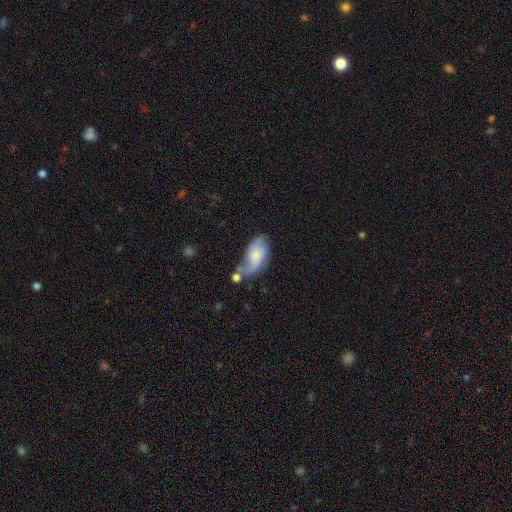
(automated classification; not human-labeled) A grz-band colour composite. It shows a featured or disk galaxy (47%). Merging: none (39%).